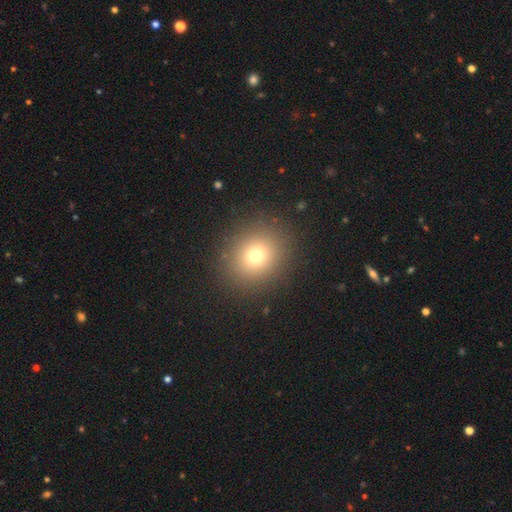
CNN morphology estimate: smooth 73%, star or artifact 17%, featured or disk 10%. Down the decision tree: how rounded — round (79%); merging — none (89%).